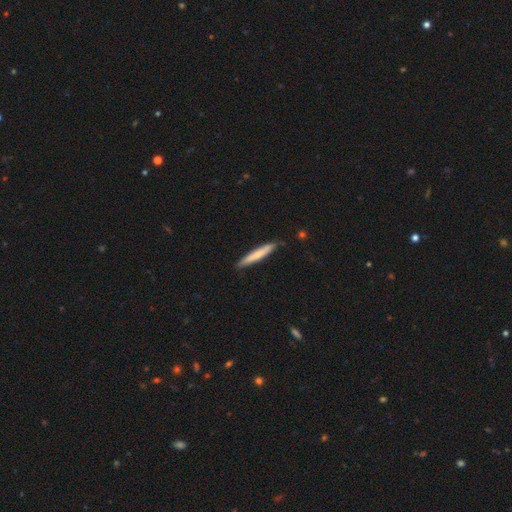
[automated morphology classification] type=smooth (69%); roundness=cigar-shaped (94%); merging=none (86%).